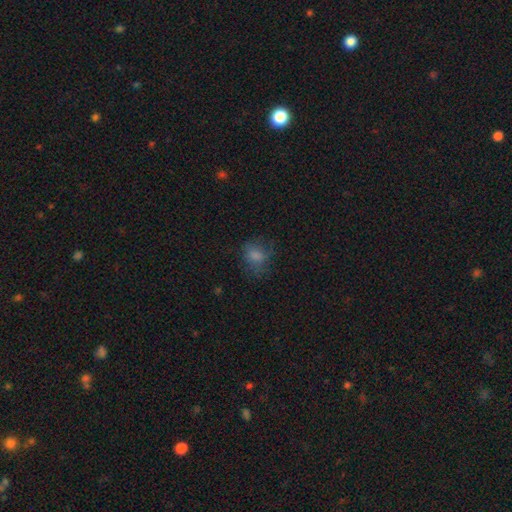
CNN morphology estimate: Overall: smooth (75%). How rounded: round (58%; in between 41%). Merging: none (61%).